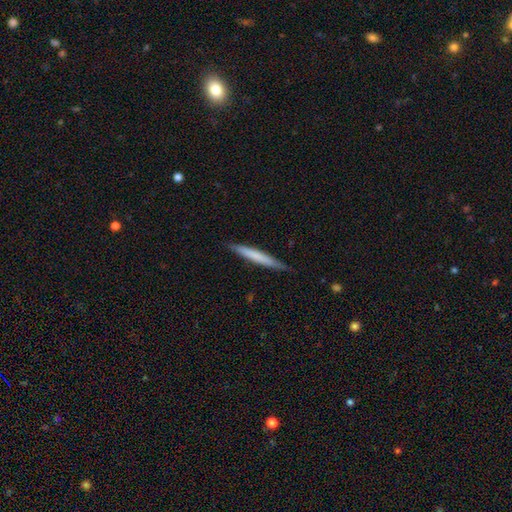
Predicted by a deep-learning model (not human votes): smooth_or_featured: smooth (p=0.63) [alt: featured or disk p=0.32]
how_rounded: cigar-shaped (p=0.96) [alt: in between p=0.03]
merging: none (p=0.88) [alt: minor disturbance p=0.10]